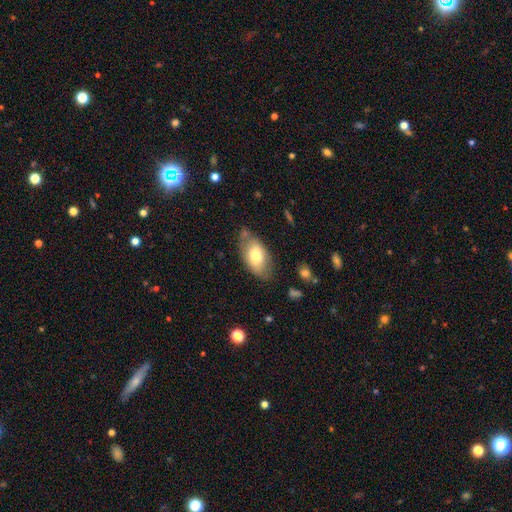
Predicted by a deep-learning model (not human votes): This appears to be a smooth galaxy with no disk features (71%) that is in between round and cigar-shaped (93%). Merging: none (64%).